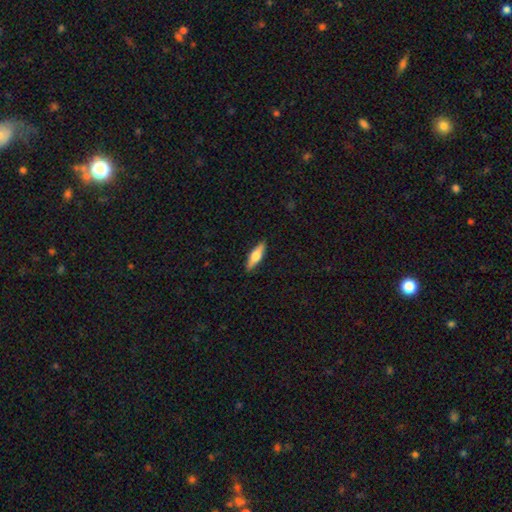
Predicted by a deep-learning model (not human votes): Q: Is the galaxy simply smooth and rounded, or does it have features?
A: smooth — 49%.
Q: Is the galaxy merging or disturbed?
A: none — 90%.